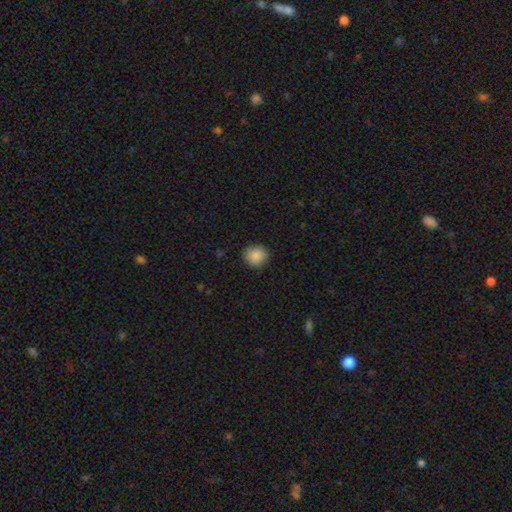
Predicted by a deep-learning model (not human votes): Q: Smooth or featured?
A: smooth (89%); runner-up: star or artifact (8%)
Q: How rounded?
A: round (87%); runner-up: in between (13%)
Q: Merging?
A: none (90%); runner-up: minor disturbance (7%)